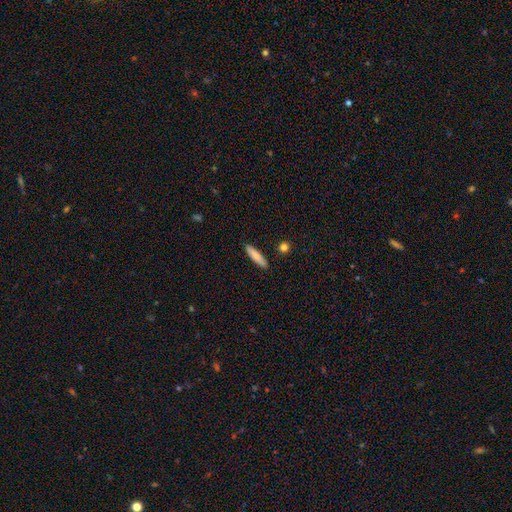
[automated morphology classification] Smooth or featured? Predicted: smooth (p=0.82). How rounded? Predicted: cigar-shaped (p=0.80). Merging? Predicted: none (p=0.89).